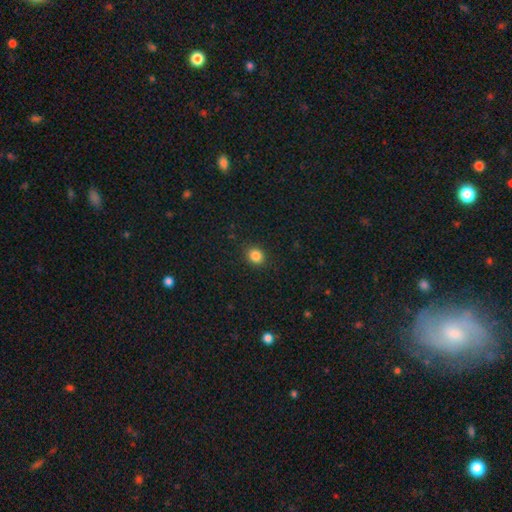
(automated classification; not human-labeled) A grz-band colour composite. It shows a smooth galaxy with no disk features (85%) that is round (70%). Merging: none (90%).